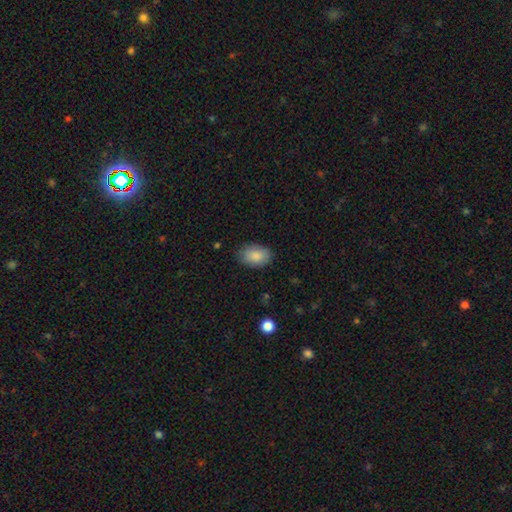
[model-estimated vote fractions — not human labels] Q: Smooth or featured?
A: smooth (87%); runner-up: star or artifact (7%)
Q: How rounded?
A: in between (86%); runner-up: round (13%)
Q: Merging?
A: none (82%); runner-up: minor disturbance (14%)